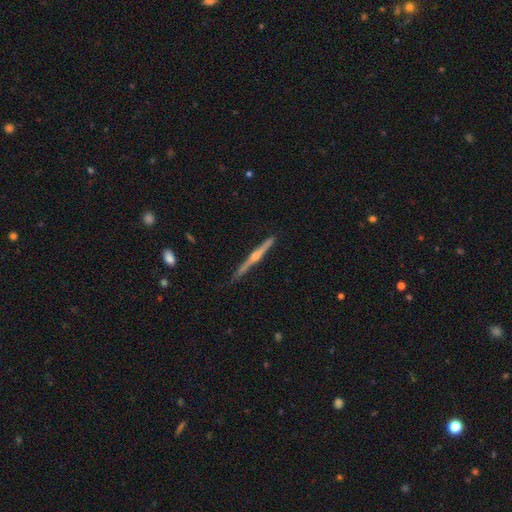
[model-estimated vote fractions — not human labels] Smooth or featured? Predicted: featured or disk (p=0.77). Edge-on disk? Predicted: yes (p=0.98). Edge-on bulge? Predicted: rounded (p=0.80). Merging? Predicted: none (p=0.86).